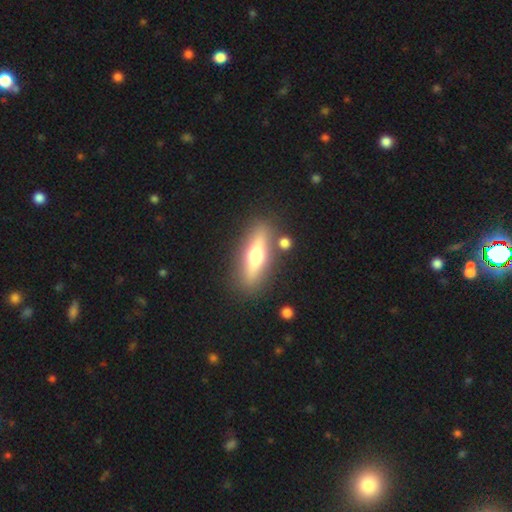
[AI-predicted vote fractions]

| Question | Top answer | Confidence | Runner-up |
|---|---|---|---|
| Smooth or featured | featured or disk | 54% | smooth (38%) |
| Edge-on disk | yes | 86% | no (14%) |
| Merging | none | 84% | minor disturbance (9%) |